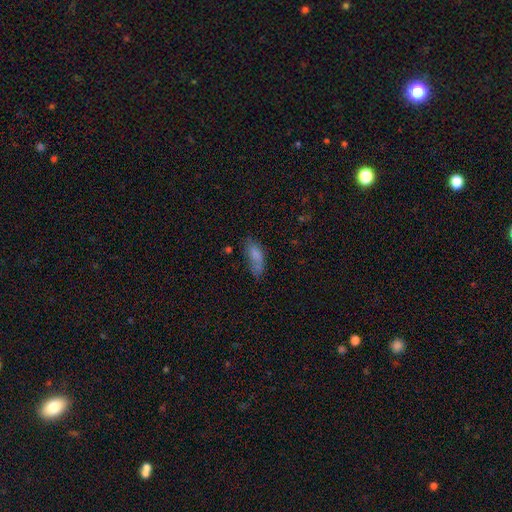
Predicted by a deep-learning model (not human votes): Smooth or featured? smooth (76%)
How rounded? in between (74%)
Merging? none (52%)